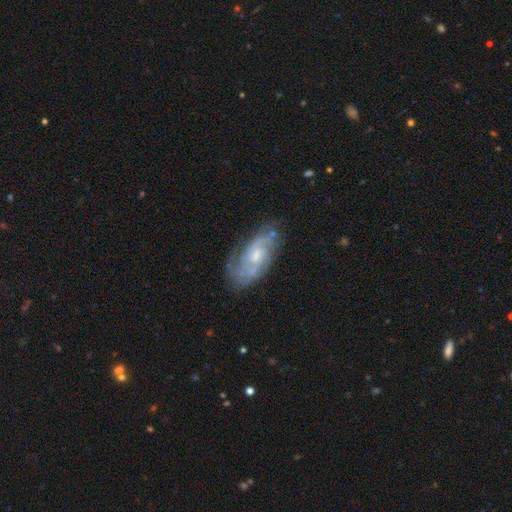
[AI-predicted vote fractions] featured or disk 77%, smooth 16%, star or artifact 6%. Down the decision tree: edge-on disk — no (94%); bar — no (53%); spiral arms — yes (90%); spiral arm count — 2 (49%); spiral winding — medium (45%); bulge size — small (48%); merging — none (67%).